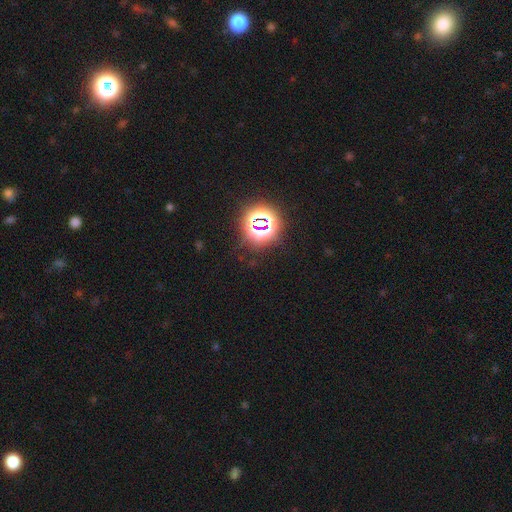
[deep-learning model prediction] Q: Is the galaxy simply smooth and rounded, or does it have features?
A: star or artifact — 78%.